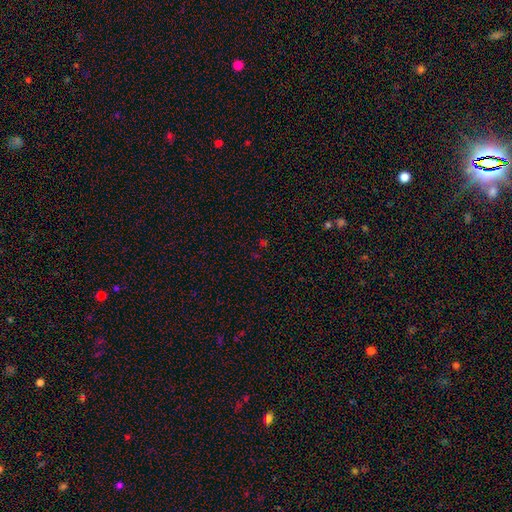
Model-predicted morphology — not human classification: Overall: star or artifact (59%; smooth 33%).